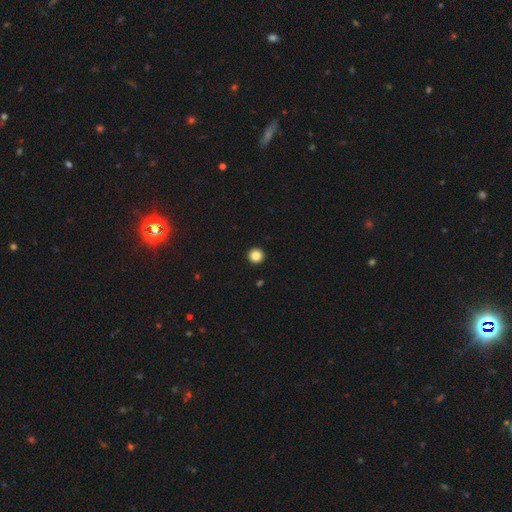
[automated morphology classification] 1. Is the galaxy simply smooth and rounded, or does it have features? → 85% smooth, 11% star or artifact, 4% featured or disk.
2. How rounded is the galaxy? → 97% round, 2% in between, 1% cigar-shaped.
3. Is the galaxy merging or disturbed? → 94% none, 3% minor disturbance, 1% major disturbance, 1% merger.